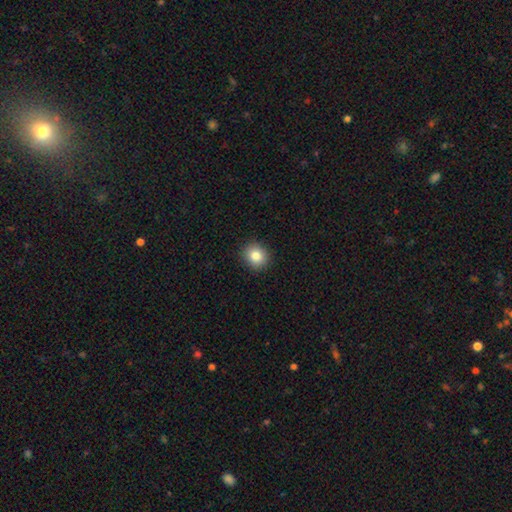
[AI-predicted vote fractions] smooth-or-featured: smooth: 84% | star or artifact: 10% | featured or disk: 7%
  how-rounded: round: 80% | in between: 20% | cigar-shaped: 1%
  merging: none: 91% | minor disturbance: 6% | major disturbance: 2% | merger: 1%